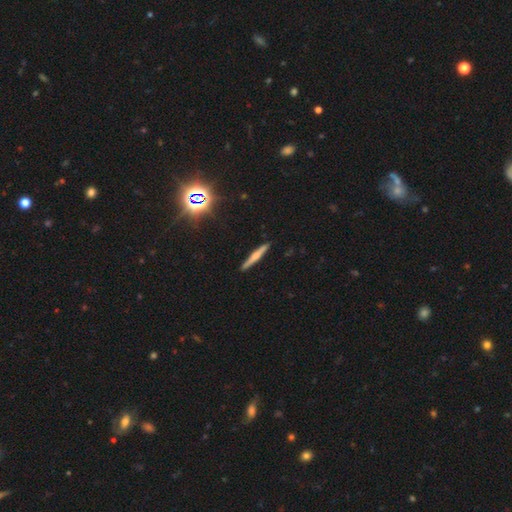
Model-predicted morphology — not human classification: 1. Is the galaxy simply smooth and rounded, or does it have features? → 46% smooth, 45% featured or disk, 9% star or artifact.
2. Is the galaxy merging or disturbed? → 91% none, 6% minor disturbance, 1% major disturbance, 1% merger.